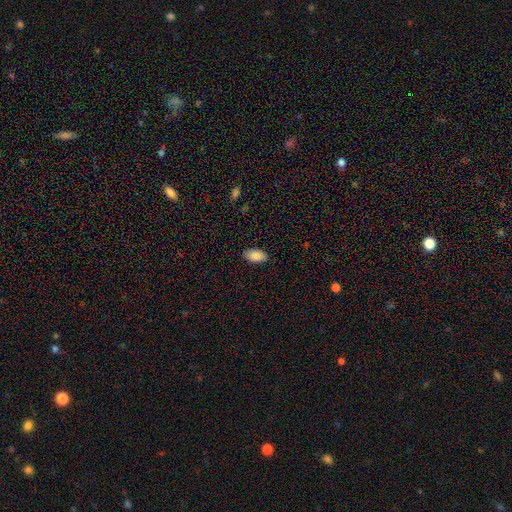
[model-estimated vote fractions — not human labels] smooth 89%, star or artifact 7%, featured or disk 5%. Down the decision tree: how rounded — in between (95%); merging — none (87%).